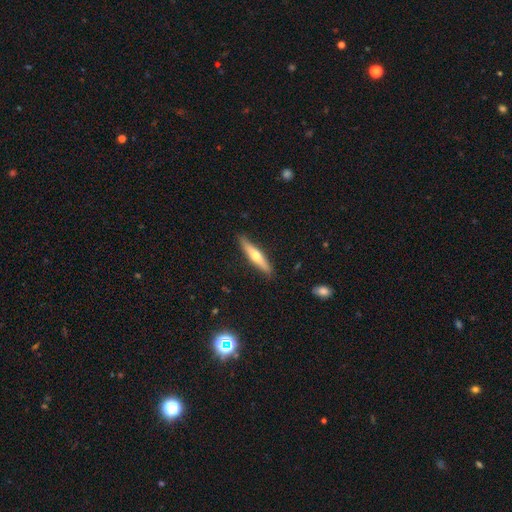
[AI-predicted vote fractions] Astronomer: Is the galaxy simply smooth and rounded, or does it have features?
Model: smooth — 48% (runner-up: featured or disk, 47%).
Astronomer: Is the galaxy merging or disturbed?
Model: none — 88%.